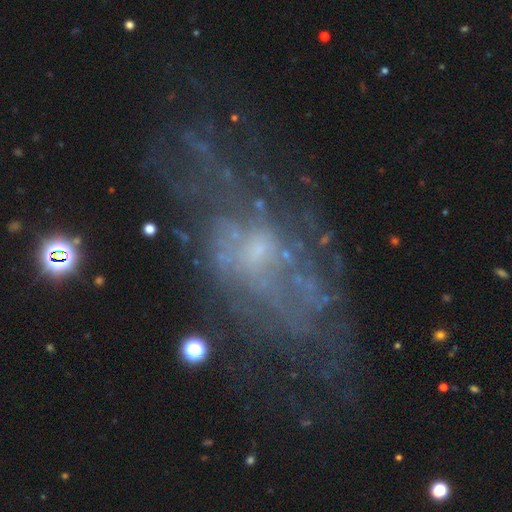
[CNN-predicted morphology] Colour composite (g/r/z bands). It shows a featured or disk galaxy (70%) with no bar (72%), spiral arms (55%) and a small central bulge (61%). Merging: none (56%).